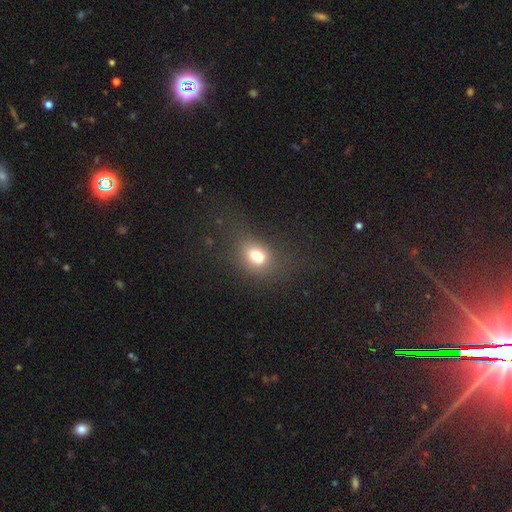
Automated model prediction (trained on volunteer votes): smooth_or_featured: smooth (p=0.72) [alt: featured or disk p=0.14]
how_rounded: in between (p=0.67) [alt: round p=0.31]
merging: none (p=0.53) [alt: minor disturbance p=0.18]